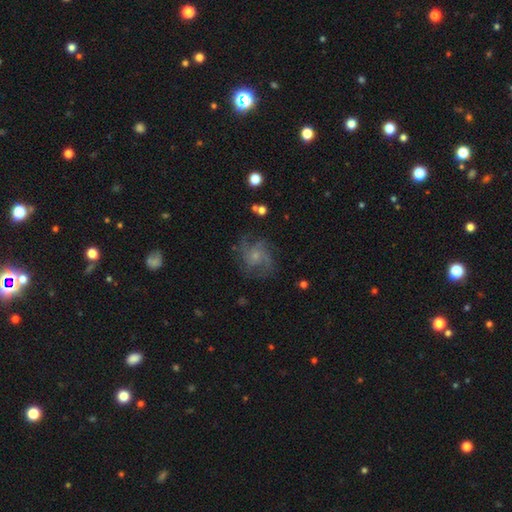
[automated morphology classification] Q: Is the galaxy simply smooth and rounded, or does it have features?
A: featured or disk — 73%.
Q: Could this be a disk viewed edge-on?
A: no — 98%.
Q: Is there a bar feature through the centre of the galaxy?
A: no — 77%.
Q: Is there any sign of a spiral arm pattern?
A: yes — 91%.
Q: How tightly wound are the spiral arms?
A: medium — 50%.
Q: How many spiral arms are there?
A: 3 — 32%.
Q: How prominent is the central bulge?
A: small — 69%.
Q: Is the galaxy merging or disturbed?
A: none — 66%.